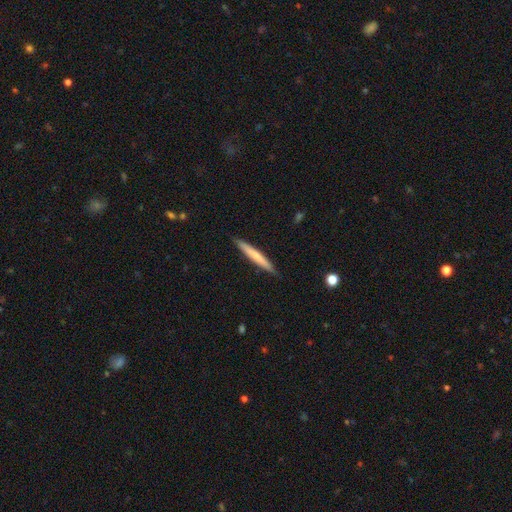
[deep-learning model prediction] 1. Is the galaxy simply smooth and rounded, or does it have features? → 62% smooth, 32% featured or disk, 5% star or artifact.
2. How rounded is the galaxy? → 96% cigar-shaped, 3% in between, 1% round.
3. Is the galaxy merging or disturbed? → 90% none, 8% minor disturbance, 1% major disturbance, 1% merger.